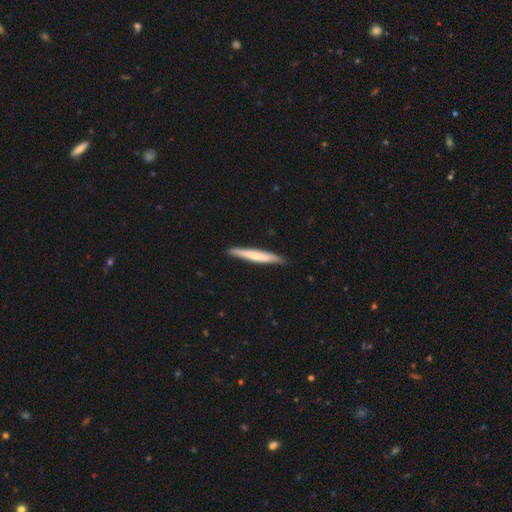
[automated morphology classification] Smooth or featured? Predicted: smooth (p=0.57). How rounded? Predicted: cigar-shaped (p=0.95). Merging? Predicted: none (p=0.88).